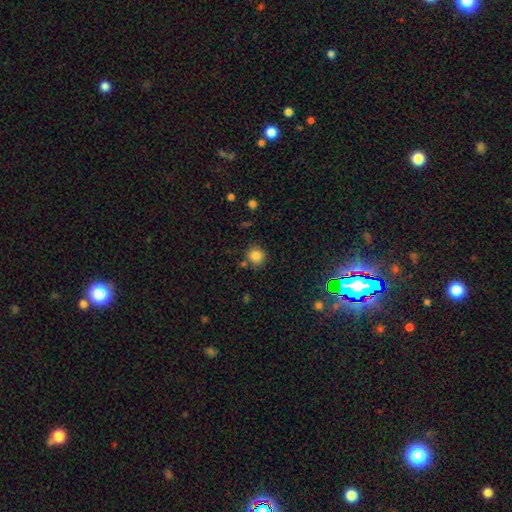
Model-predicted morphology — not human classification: A smooth galaxy with no disk features (83%) that is round (90%). Merging: none (81%).